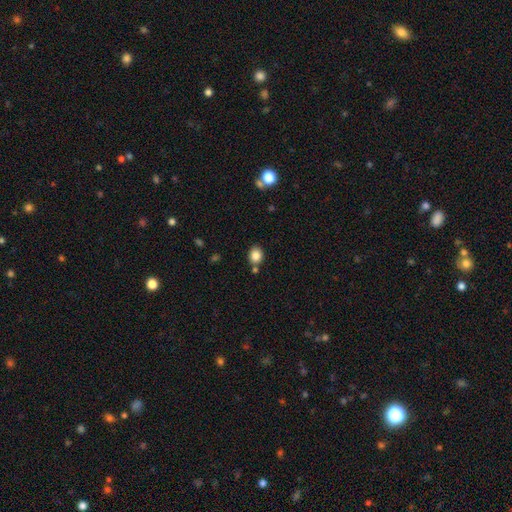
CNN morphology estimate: smooth 84%, star or artifact 10%, featured or disk 6%. Down the decision tree: how rounded — round (64%); merging — none (77%).